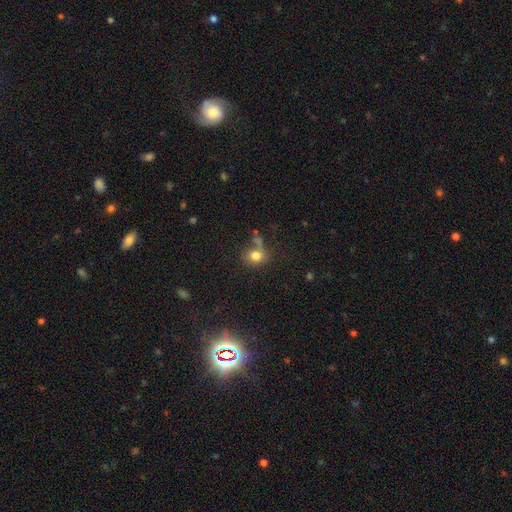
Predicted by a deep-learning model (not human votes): Overall: smooth (78%). How rounded: round (71%). Merging: none (54%; minor disturbance 18%).